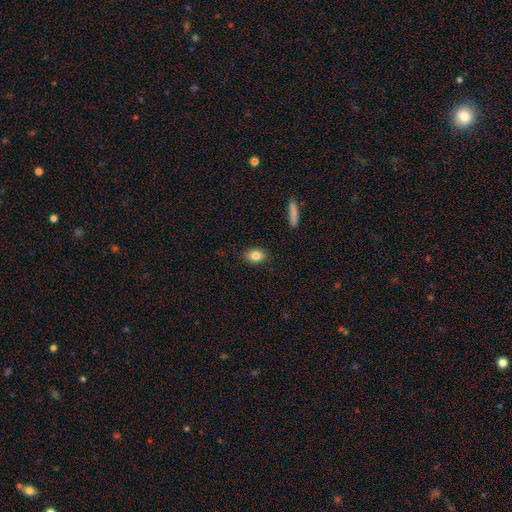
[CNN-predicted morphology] This appears to be a smooth galaxy with no disk features (85%) that is in between round and cigar-shaped (77%). Merging: none (87%).